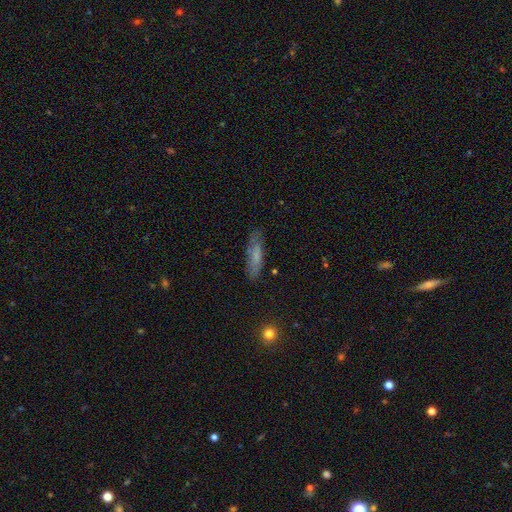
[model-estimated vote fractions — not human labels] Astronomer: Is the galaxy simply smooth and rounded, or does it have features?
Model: smooth — 67%.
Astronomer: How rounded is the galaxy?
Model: cigar-shaped — 69%.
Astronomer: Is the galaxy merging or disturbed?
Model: none — 76%.